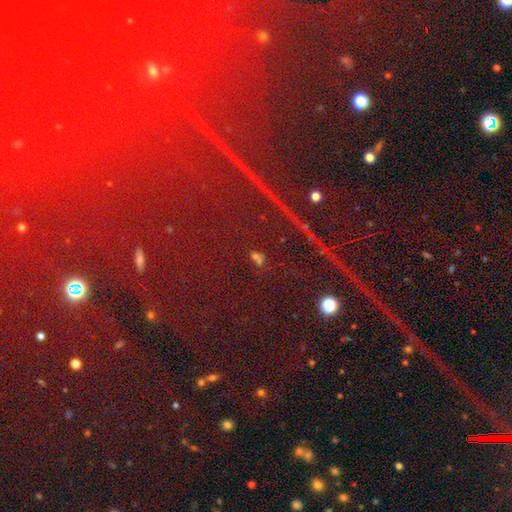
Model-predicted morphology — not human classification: Smooth or featured: star or artifact — 85% (smooth — 8%)